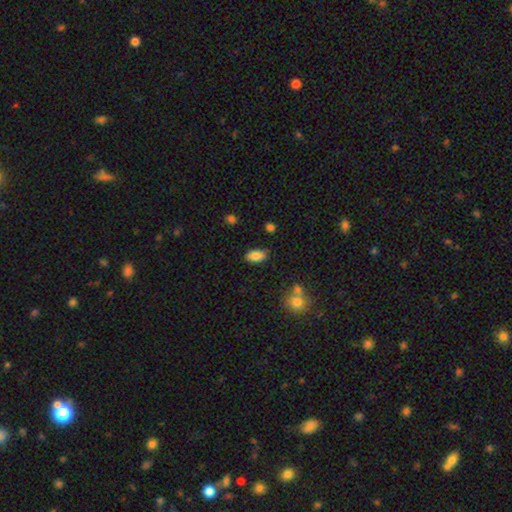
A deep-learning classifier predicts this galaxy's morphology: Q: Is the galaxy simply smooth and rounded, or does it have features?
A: smooth — 85%.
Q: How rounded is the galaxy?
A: in between — 92%.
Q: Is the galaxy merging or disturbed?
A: none — 82%.